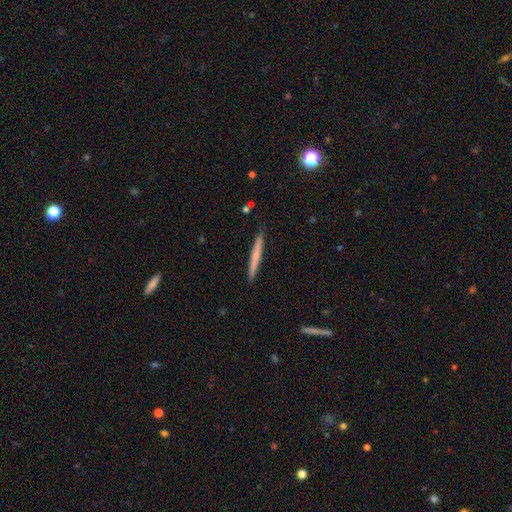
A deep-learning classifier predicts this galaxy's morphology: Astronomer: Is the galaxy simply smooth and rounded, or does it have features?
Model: smooth — 62%.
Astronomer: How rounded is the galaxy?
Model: cigar-shaped — 97%.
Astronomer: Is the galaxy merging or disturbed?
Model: none — 91%.